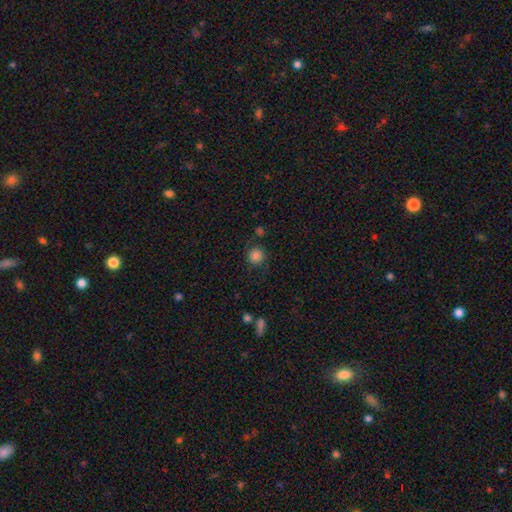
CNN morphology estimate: Smooth or featured? Predicted: smooth (p=0.85). How rounded? Predicted: round (p=0.92). Merging? Predicted: none (p=0.82).